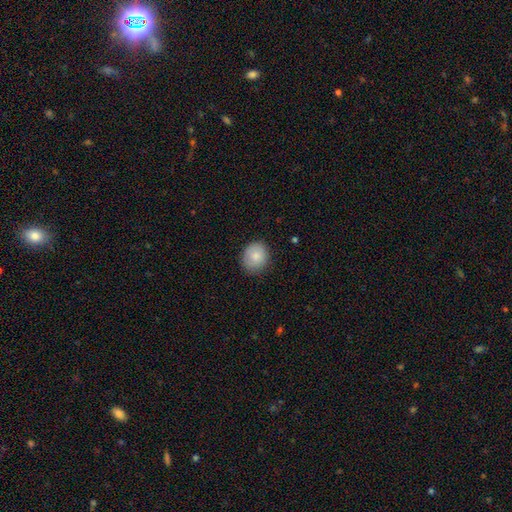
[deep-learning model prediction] A smooth galaxy with no disk features (83%) that is round (73%).

Vote fractions:
- Smooth or featured? smooth: 83% / featured or disk: 9% / star or artifact: 8%
- How rounded? round: 73% / in between: 26% / cigar-shaped: 1%
- Merging? none: 81% / minor disturbance: 15% / major disturbance: 3% / merger: 1%